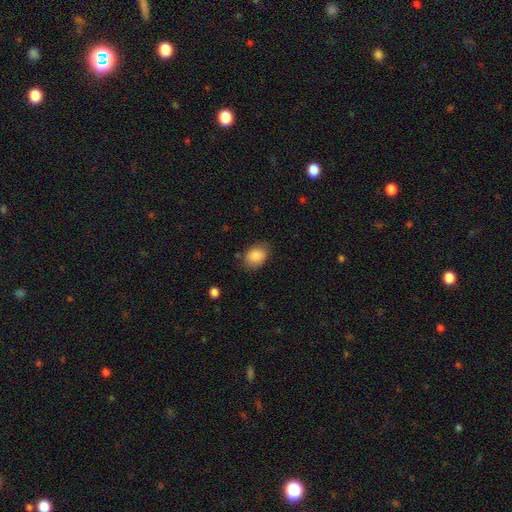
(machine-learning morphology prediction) Q: Smooth or featured?
A: smooth (86%); runner-up: star or artifact (8%)
Q: How rounded?
A: in between (71%); runner-up: round (28%)
Q: Merging?
A: none (77%); runner-up: minor disturbance (17%)